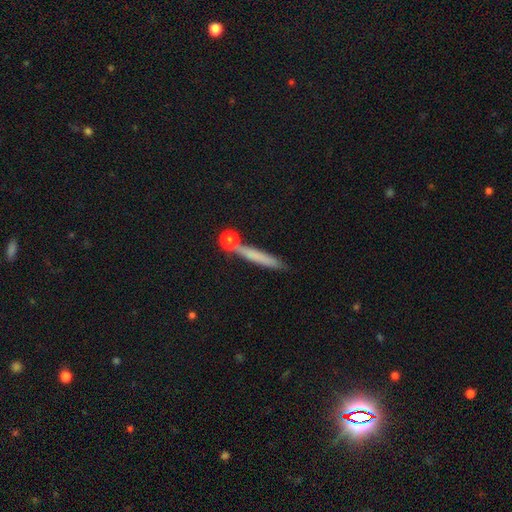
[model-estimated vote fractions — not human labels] Morphology: type=smooth (65%); roundness=cigar-shaped (89%); merging=none (72%).